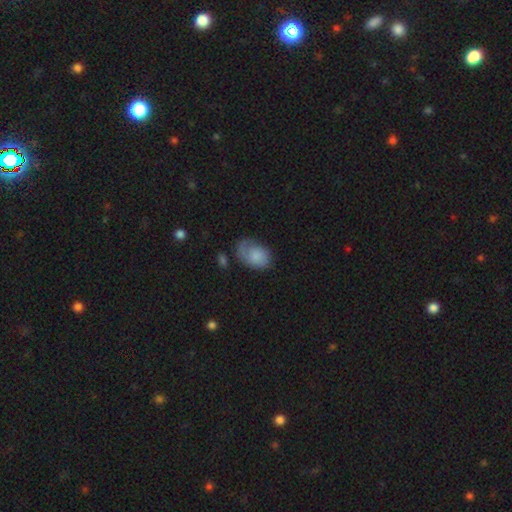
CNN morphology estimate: type=smooth (62%); roundness=in between (78%); merging=none (44%).